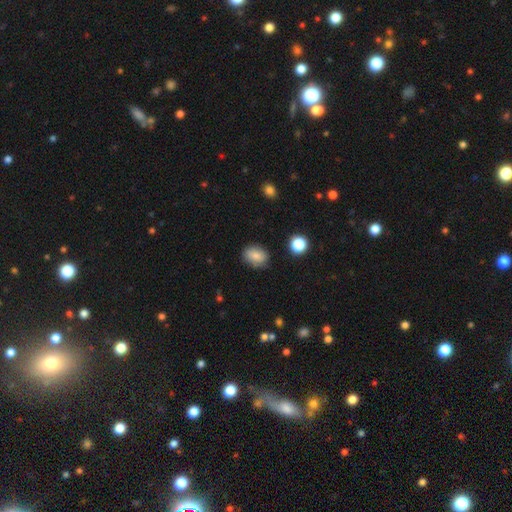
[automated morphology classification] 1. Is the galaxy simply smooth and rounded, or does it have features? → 82% smooth, 9% star or artifact, 8% featured or disk.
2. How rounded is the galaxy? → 66% in between, 33% round, 1% cigar-shaped.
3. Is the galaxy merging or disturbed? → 79% none, 15% minor disturbance, 3% major disturbance, 2% merger.